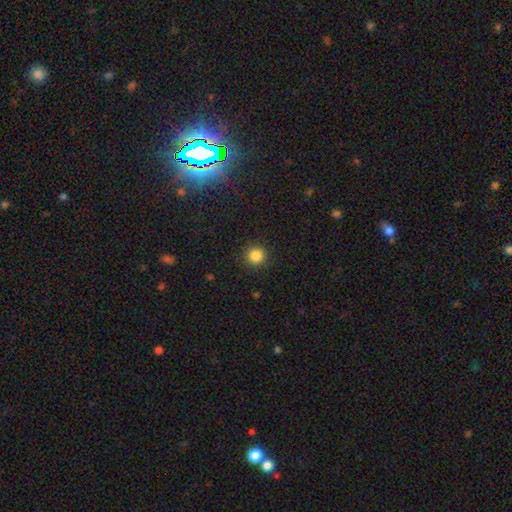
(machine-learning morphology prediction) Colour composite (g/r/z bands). It shows a smooth galaxy with no disk features (85%) that is round (94%). Merging: none (91%).